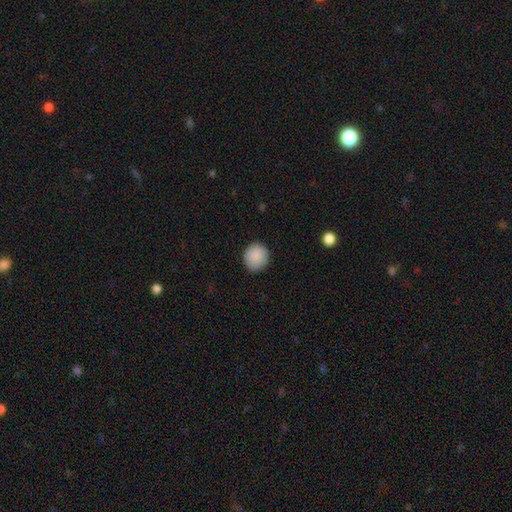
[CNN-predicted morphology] smooth 89%, star or artifact 7%, featured or disk 3%. Down the decision tree: how rounded — round (87%); merging — none (87%).